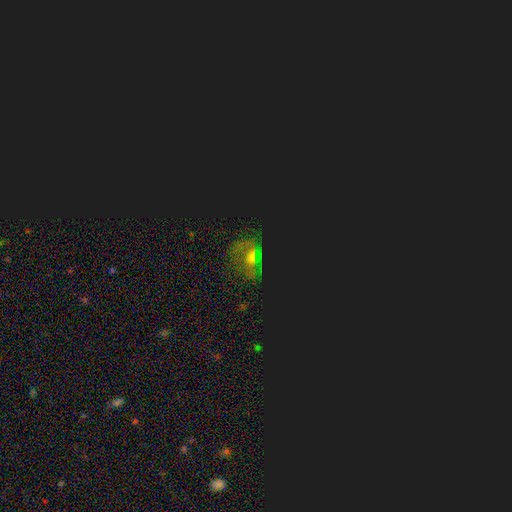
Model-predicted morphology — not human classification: Smooth or featured? Predicted: star or artifact (p=0.59).